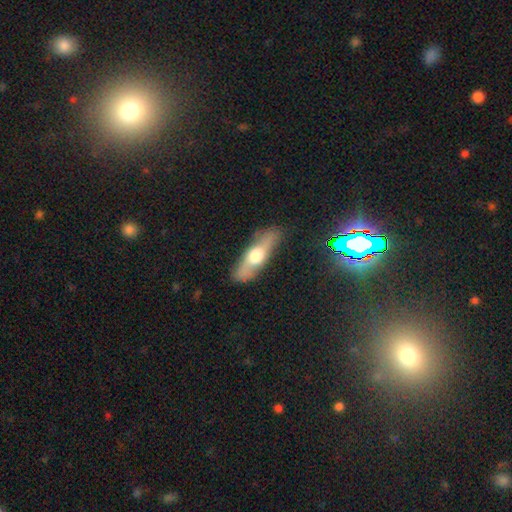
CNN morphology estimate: Smooth or featured?
  - smooth: 49% *
  - featured or disk: 45%
  - star or artifact: 6%
Merging?
  - none: 80% *
  - minor disturbance: 15%
  - major disturbance: 4%
  - merger: 2%